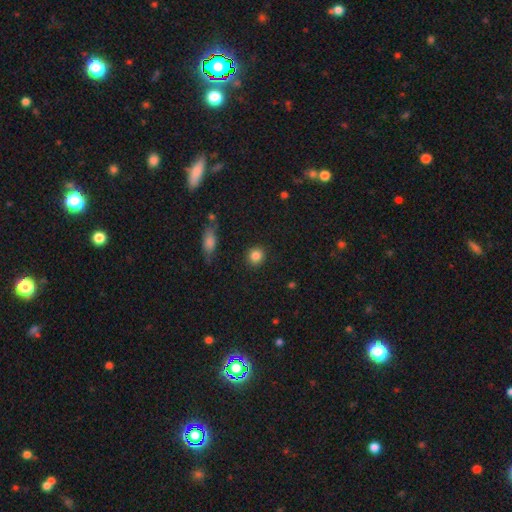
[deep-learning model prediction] A smooth galaxy with no disk features (86%) that is round (86%). Merging: none (89%).